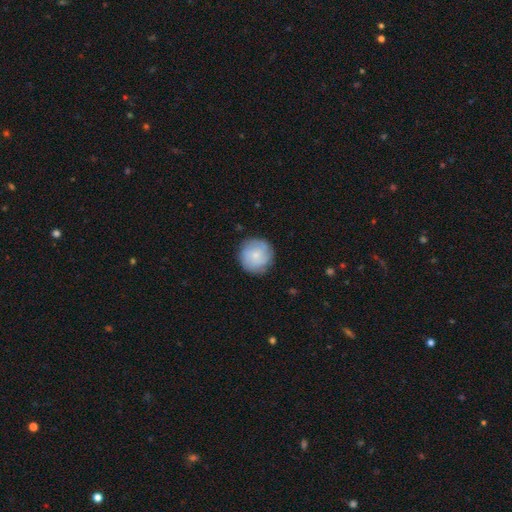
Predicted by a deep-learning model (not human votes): This is possibly a smooth galaxy (59%). How rounded: clearly round (94%). Merging: clearly none (83%).